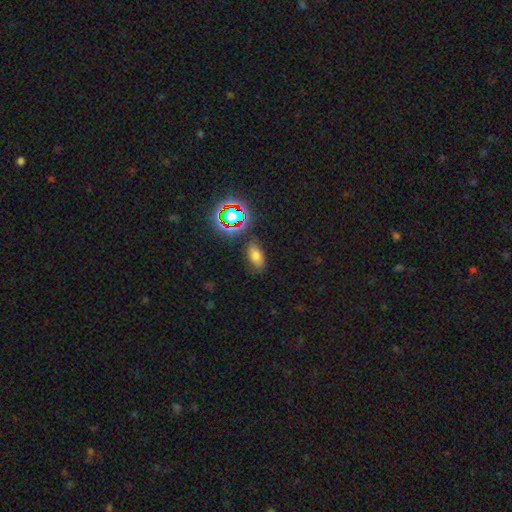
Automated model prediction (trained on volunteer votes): Smooth or featured? smooth (69%)
How rounded? in between (89%)
Merging? none (79%)